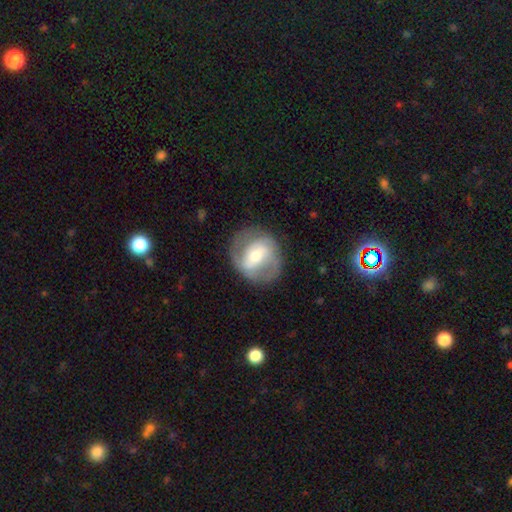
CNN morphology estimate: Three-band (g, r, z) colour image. It shows a featured or disk galaxy (69%) with a weak bar (40%), 2 (76%) medium (45%) spiral arms (75%) and a moderate central bulge (59%). Merging: none (77%).